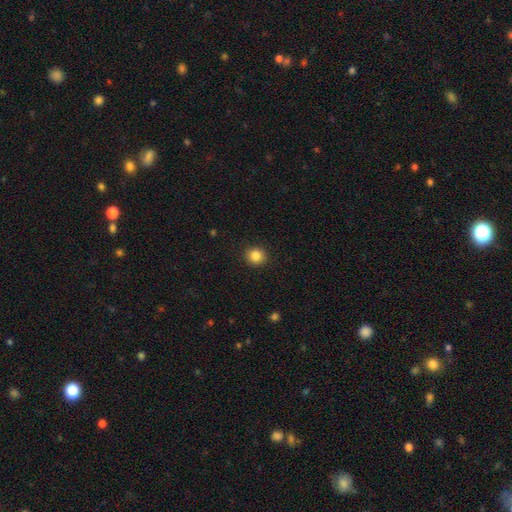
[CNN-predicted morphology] Smooth or featured? Predicted: smooth (p=0.85). How rounded? Predicted: round (p=0.90). Merging? Predicted: none (p=0.92).